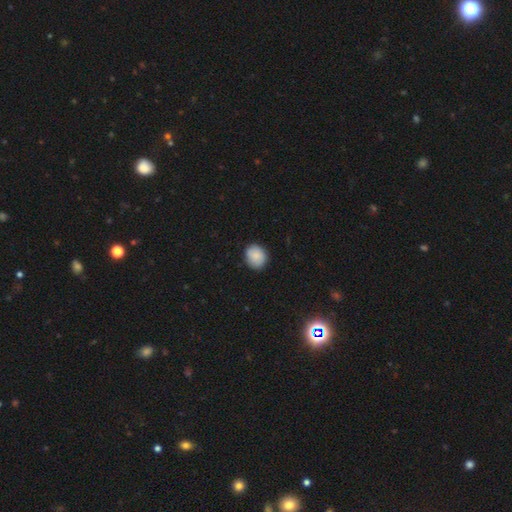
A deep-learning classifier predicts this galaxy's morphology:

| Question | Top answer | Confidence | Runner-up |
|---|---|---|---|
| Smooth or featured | smooth | 85% | featured or disk (8%) |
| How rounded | round | 71% | in between (28%) |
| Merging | none | 85% | minor disturbance (12%) |